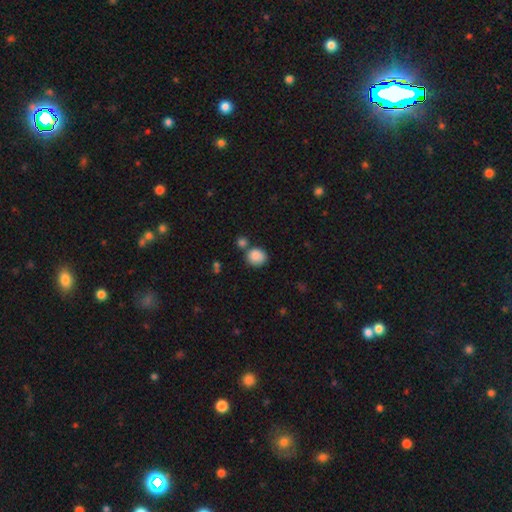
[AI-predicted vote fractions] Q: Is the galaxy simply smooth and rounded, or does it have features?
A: smooth — 87%.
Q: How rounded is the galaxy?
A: round — 77%.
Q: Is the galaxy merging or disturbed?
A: none — 67%.